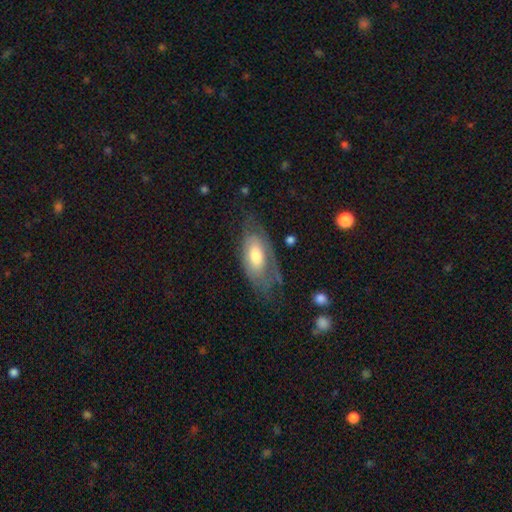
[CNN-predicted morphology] featured or disk 48%, smooth 45%, star or artifact 6%. Down the decision tree: merging — none (51%).